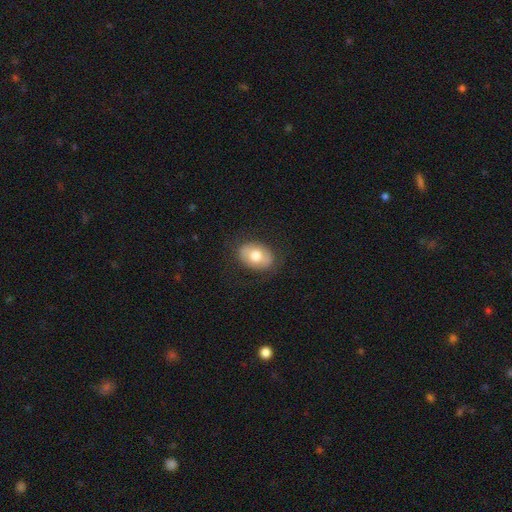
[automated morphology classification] This appears to be a smooth galaxy with no disk features (71%) that is in between round and cigar-shaped (72%). Merging: none (82%).